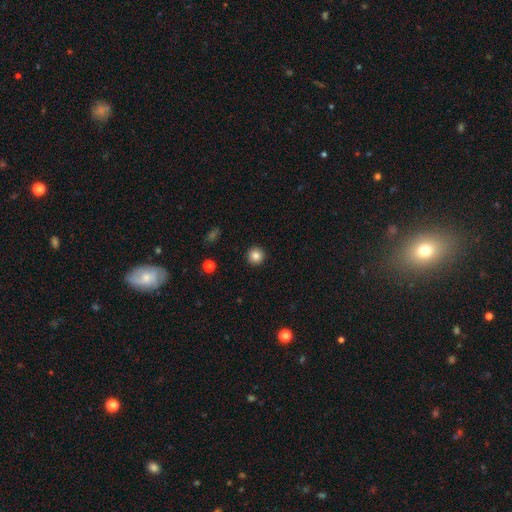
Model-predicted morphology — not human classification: A smooth galaxy with no disk features (85%) that is round (95%).

Vote fractions:
- Smooth or featured? smooth: 85% / star or artifact: 10% / featured or disk: 5%
- How rounded? round: 95% / in between: 4% / cigar-shaped: 1%
- Merging? none: 93% / minor disturbance: 4% / major disturbance: 2% / merger: 1%